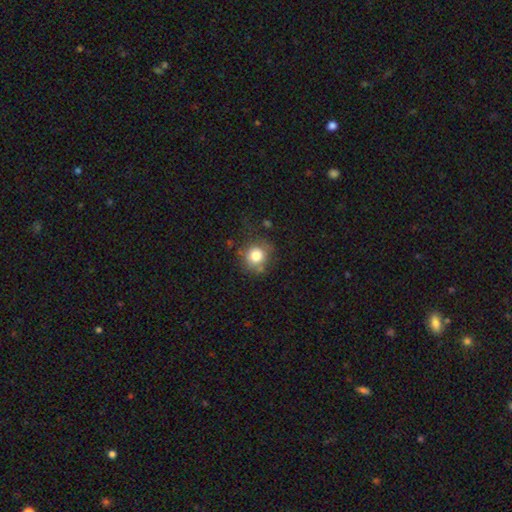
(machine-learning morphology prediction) A smooth galaxy with no disk features (80%) that is round (86%). Merging: none (69%).